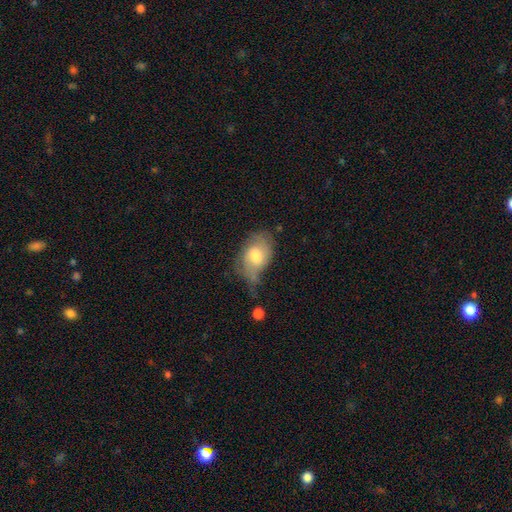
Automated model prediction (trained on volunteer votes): The model was most divided on "merging" (2-way tie): minor disturbance: 37%, none: 37%, major disturbance: 21%, merger: 6%. More confident: how rounded — in between (80%); smooth or featured — smooth (60%).